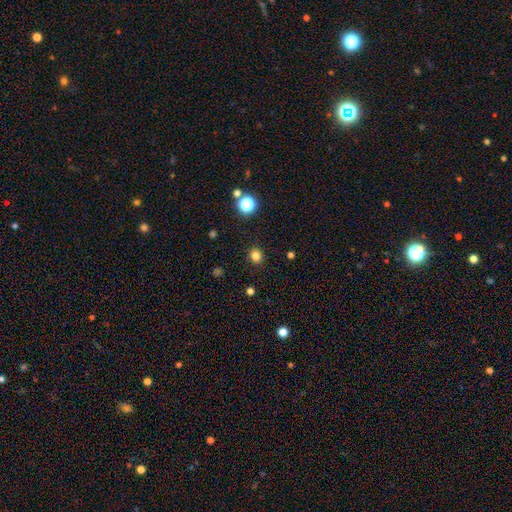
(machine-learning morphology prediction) The model was most divided on "smooth or featured": smooth: 81%, star or artifact: 15%, featured or disk: 4%. More confident: merging — none (90%); how rounded — round (84%).